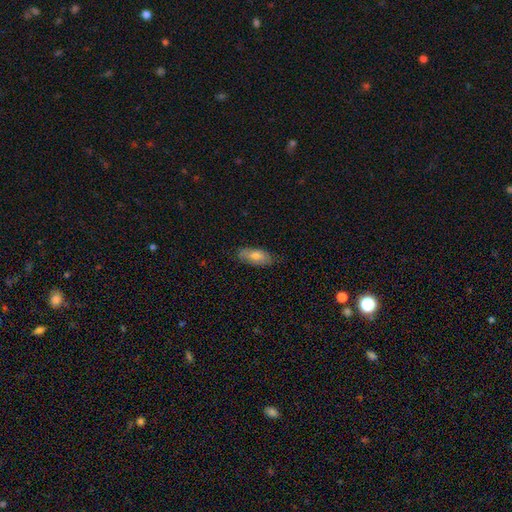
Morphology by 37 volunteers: Overall: smooth (65%; featured or disk 32%). How rounded: in between (83%). Merging: none (67%; minor disturbance 28%).